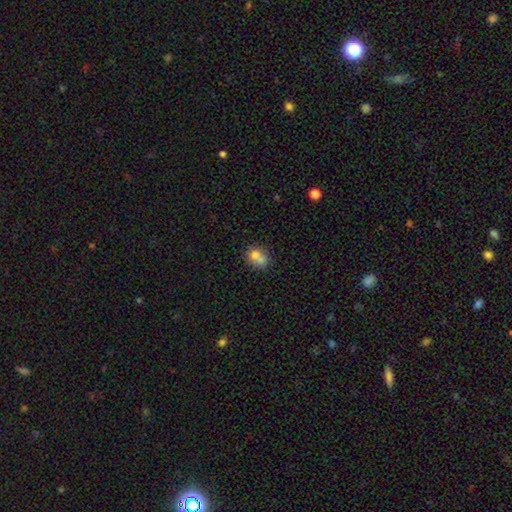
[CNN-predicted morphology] type=smooth (71%); roundness=round (57%); merging=merger (45%).